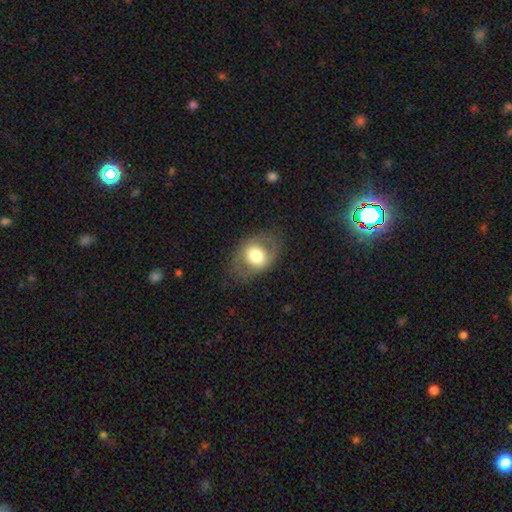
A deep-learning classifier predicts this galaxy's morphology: A smooth galaxy with no disk features (58%) that is in between round and cigar-shaped (69%). Merging: none (75%).